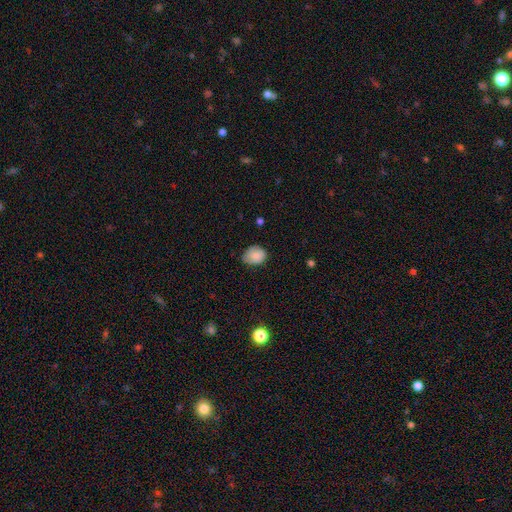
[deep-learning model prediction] smooth_or_featured: smooth (p=0.84) [alt: star or artifact p=0.09]
how_rounded: in between (p=0.50) [alt: round p=0.49]
merging: none (p=0.62) [alt: minor disturbance p=0.32]